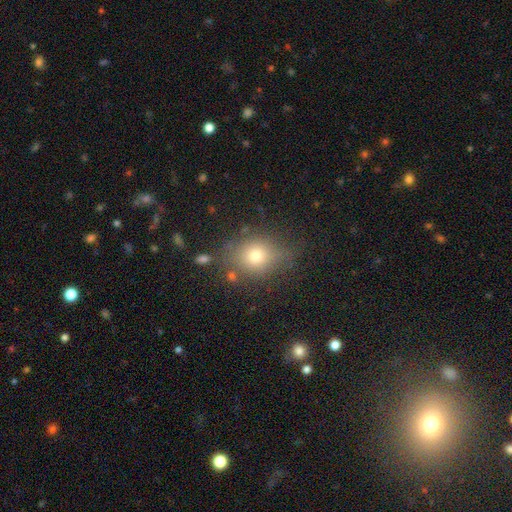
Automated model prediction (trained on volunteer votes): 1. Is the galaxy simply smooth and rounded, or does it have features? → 73% smooth, 14% featured or disk, 14% star or artifact.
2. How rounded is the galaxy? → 53% round, 45% in between, 2% cigar-shaped.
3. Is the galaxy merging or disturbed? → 68% none, 20% minor disturbance, 8% major disturbance, 4% merger.